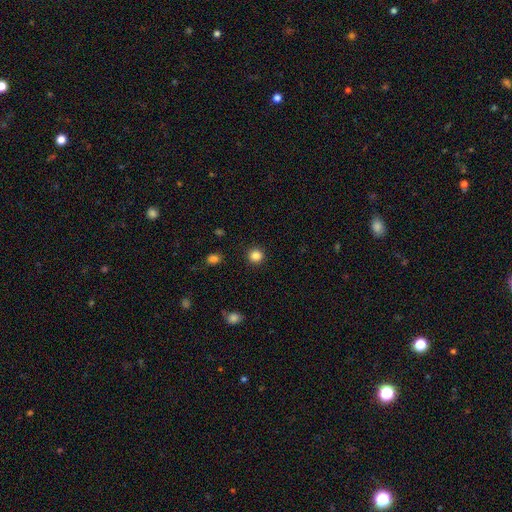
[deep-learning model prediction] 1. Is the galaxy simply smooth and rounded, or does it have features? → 85% smooth, 11% star or artifact, 4% featured or disk.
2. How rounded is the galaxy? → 93% round, 6% in between, 1% cigar-shaped.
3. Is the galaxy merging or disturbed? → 91% none, 5% minor disturbance, 2% major disturbance, 1% merger.